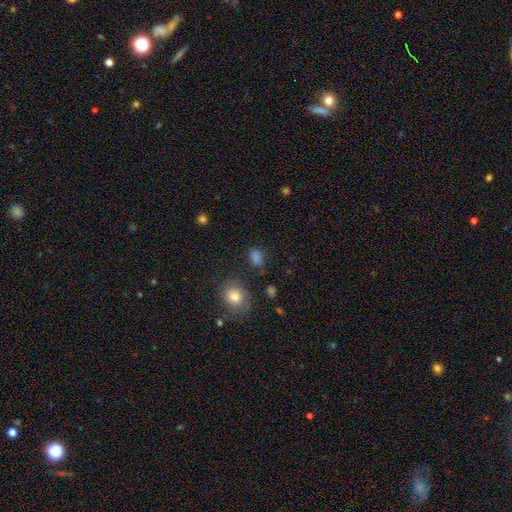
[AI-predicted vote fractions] Overall: smooth (77%). How rounded: in between (75%). Merging: none (72%).